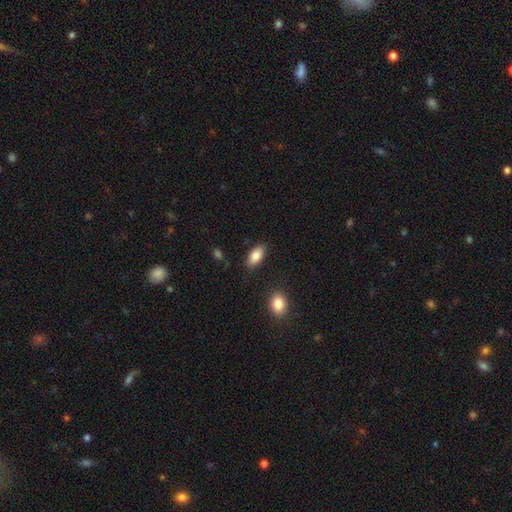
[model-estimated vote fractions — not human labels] A smooth galaxy with no disk features (85%) that is in between round and cigar-shaped (91%).

Vote fractions:
- Smooth or featured? smooth: 85% / featured or disk: 8% / star or artifact: 7%
- How rounded? in between: 91% / cigar-shaped: 5% / round: 3%
- Merging? none: 84% / minor disturbance: 11% / major disturbance: 2% / merger: 2%